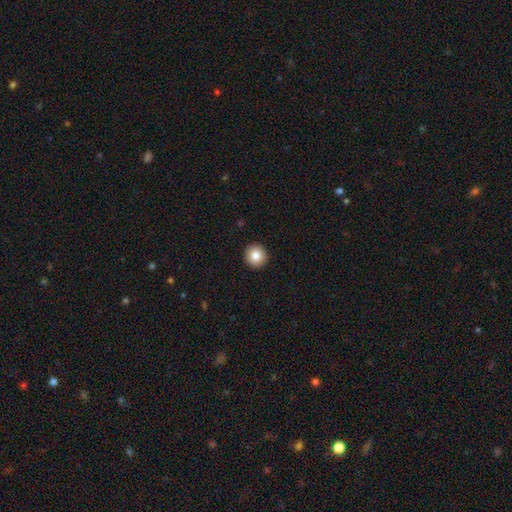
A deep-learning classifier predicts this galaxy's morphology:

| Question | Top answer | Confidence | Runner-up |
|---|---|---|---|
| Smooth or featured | smooth | 84% | star or artifact (9%) |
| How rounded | round | 96% | in between (3%) |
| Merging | none | 94% | minor disturbance (4%) |